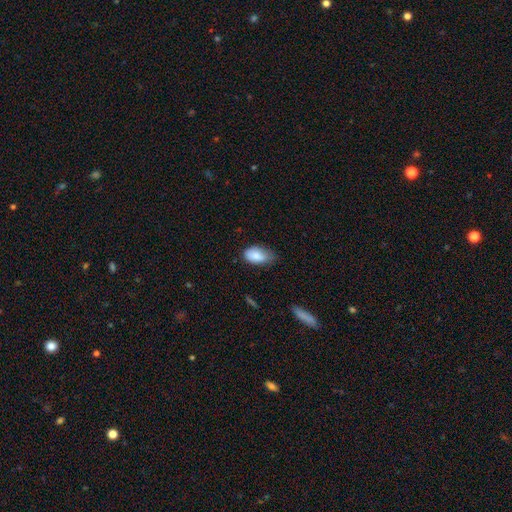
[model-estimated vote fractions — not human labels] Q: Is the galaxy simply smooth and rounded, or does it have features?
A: smooth — 84%.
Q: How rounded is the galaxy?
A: in between — 93%.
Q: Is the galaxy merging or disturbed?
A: none — 51%.